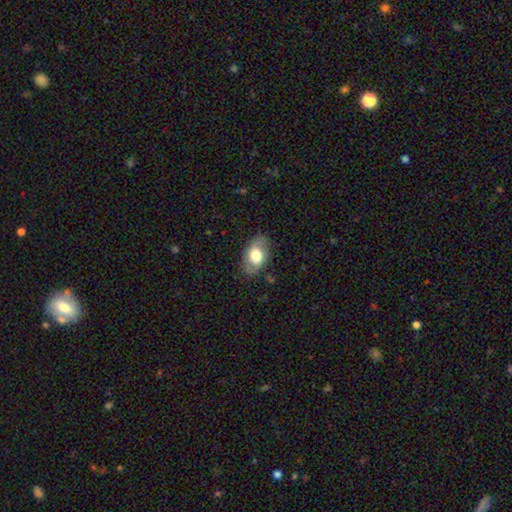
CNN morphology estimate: The model was most divided on "smooth or featured": smooth: 60%, featured or disk: 33%, star or artifact: 6%. More confident: how rounded — in between (89%); merging — none (80%).